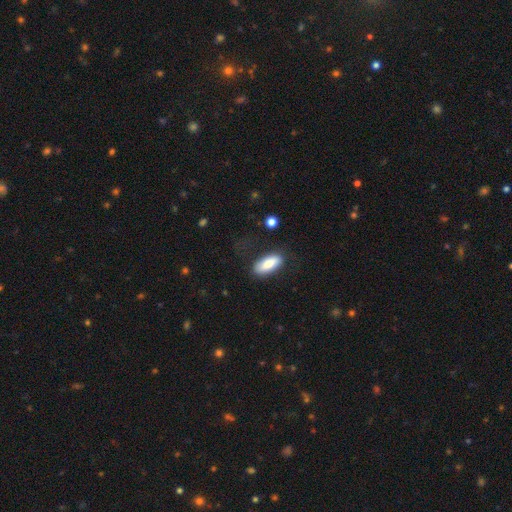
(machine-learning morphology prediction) Q: Smooth or featured?
A: smooth (66%); runner-up: star or artifact (18%)
Q: How rounded?
A: in between (80%); runner-up: cigar-shaped (14%)
Q: Merging?
A: none (77%); runner-up: minor disturbance (13%)